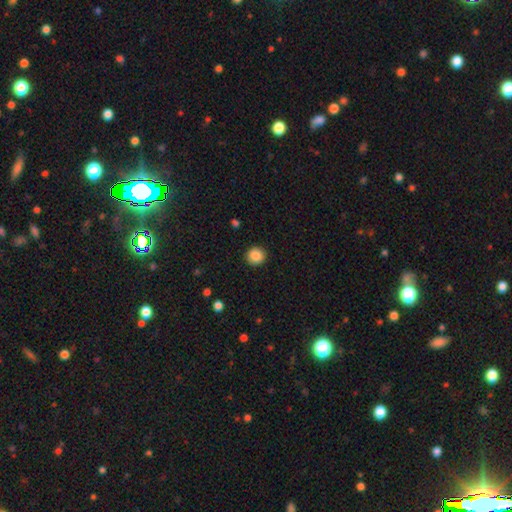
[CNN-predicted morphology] Smooth or featured? Predicted: smooth (p=0.88). How rounded? Predicted: round (p=0.92). Merging? Predicted: none (p=0.91).